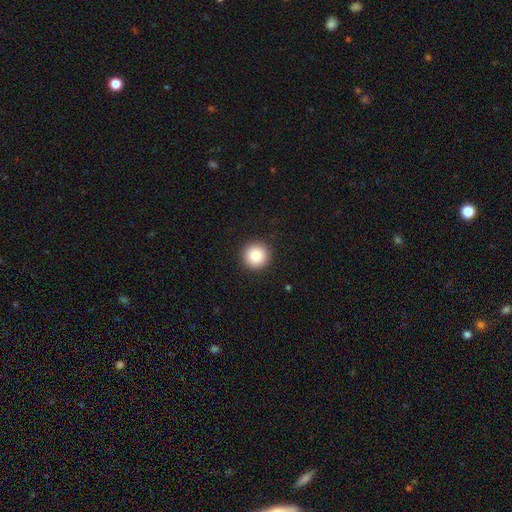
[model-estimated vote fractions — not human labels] Morphology: type=smooth (86%); roundness=round (96%); merging=none (93%).